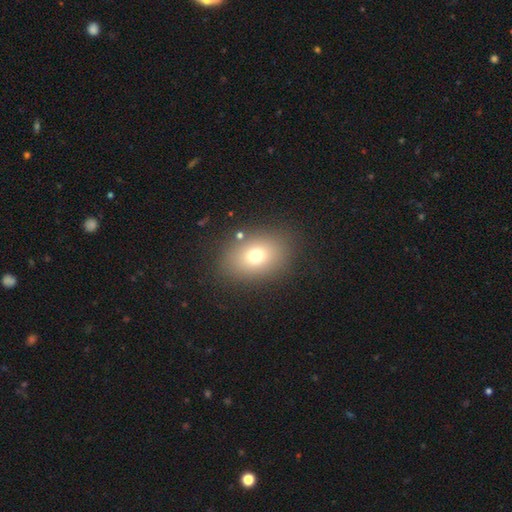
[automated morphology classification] Smooth or featured: smooth — 72% (star or artifact — 15%)
How rounded: in between — 65% (round — 34%)
Merging: none — 84% (minor disturbance — 9%)